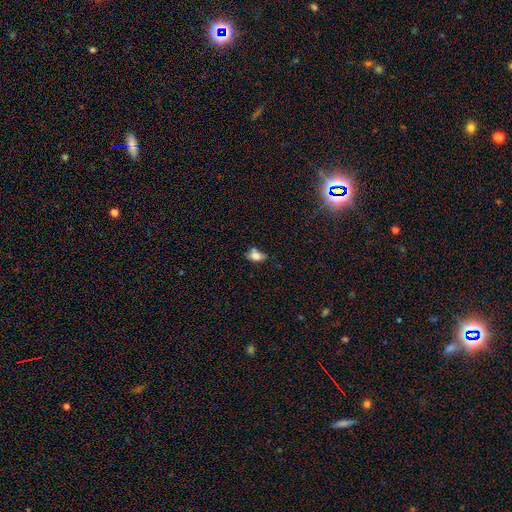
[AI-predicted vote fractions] Smooth or featured: smooth — 74% (featured or disk — 15%)
How rounded: in between — 83% (round — 13%)
Merging: none — 47% (minor disturbance — 26%)